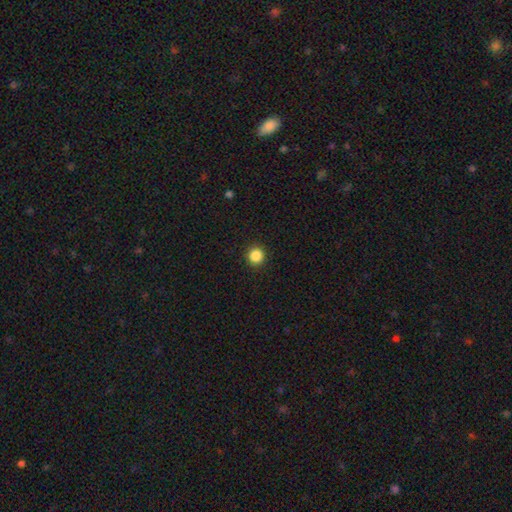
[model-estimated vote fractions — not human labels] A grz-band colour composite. It shows a smooth galaxy with no disk features (86%) that is round (94%). Merging: none (93%).